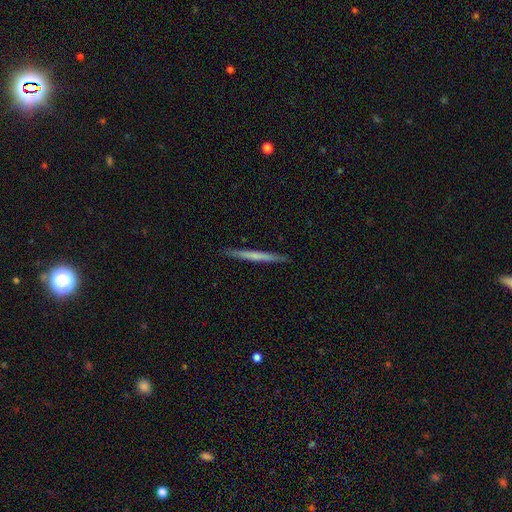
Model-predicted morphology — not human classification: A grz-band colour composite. It shows a smooth galaxy with no disk features (56%) that is cigar-shaped (97%). Merging: none (92%).